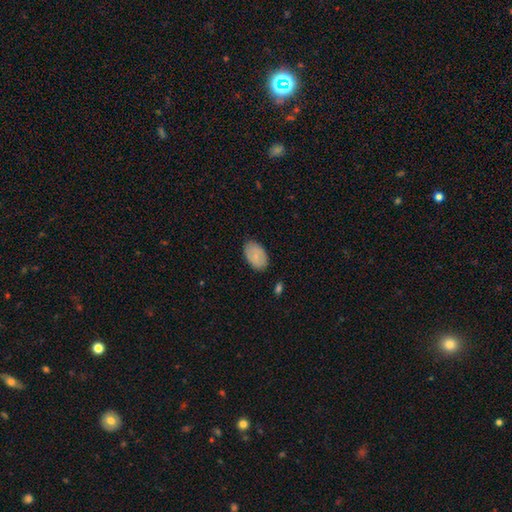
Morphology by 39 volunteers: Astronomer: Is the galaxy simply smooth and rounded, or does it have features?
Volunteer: smooth — 67%.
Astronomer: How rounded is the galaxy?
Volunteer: in between — 96%.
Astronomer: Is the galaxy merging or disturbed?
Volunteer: none — 81%.